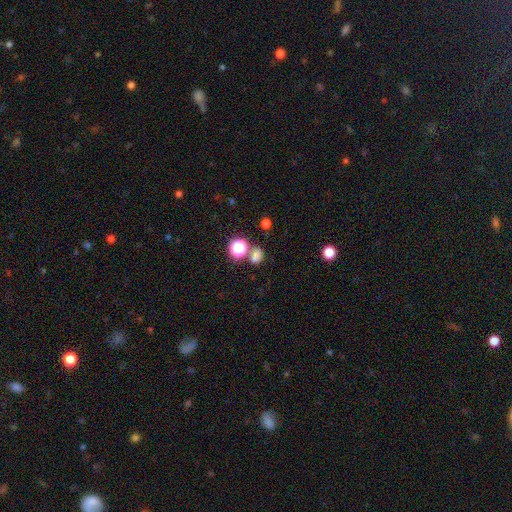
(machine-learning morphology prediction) A smooth galaxy with no disk features (68%) that is round (52%).

Vote fractions:
- Smooth or featured? smooth: 68% / star or artifact: 25% / featured or disk: 7%
- How rounded? round: 52% / in between: 47% / cigar-shaped: 1%
- Merging? none: 62% / merger: 22% / minor disturbance: 12% / major disturbance: 5%